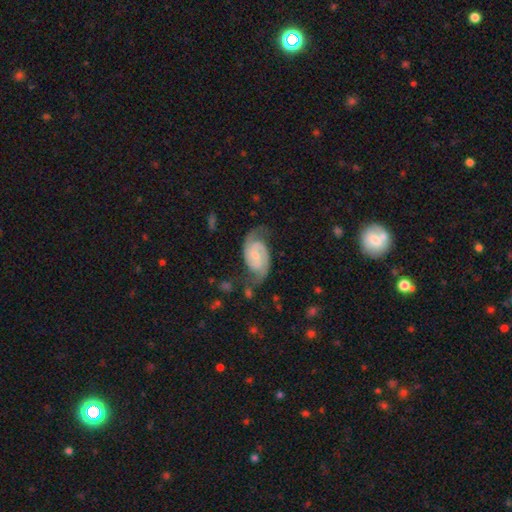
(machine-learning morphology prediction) The model was most divided on "bar": no: 50%, weak: 41%, strong: 9%. Remaining: edge-on disk — no (98%); spiral arms — yes (97%); spiral arm count — 2 (92%); smooth or featured — featured or disk (87%); merging — none (68%); bulge size — small (53%); spiral winding — medium (48%).